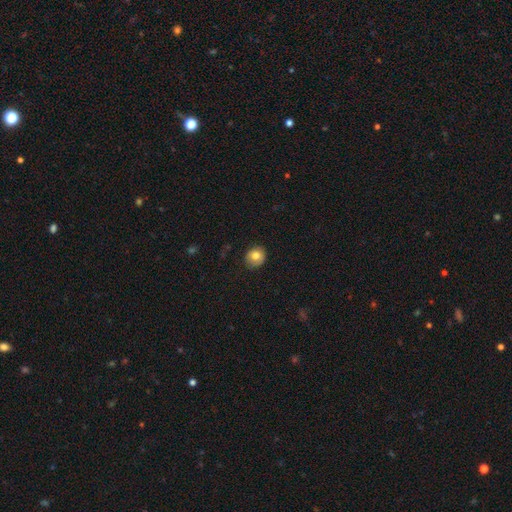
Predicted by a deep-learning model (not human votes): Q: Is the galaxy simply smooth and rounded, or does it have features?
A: smooth — 77%.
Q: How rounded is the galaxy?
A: round — 81%.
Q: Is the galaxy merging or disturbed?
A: none — 79%.